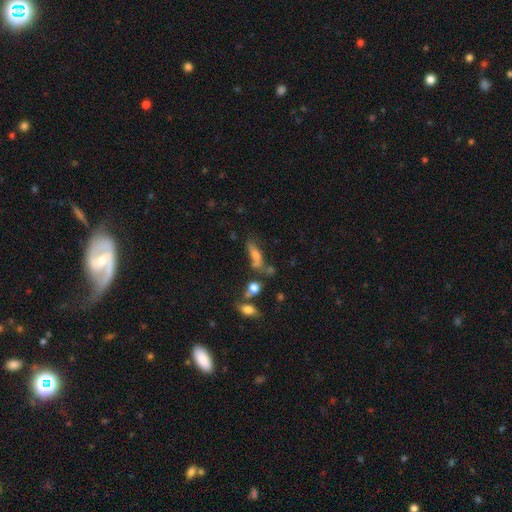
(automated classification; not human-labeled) smooth_or_featured: smooth (p=0.42) [alt: featured or disk p=0.33]
merging: none (p=0.51) [alt: merger p=0.18]